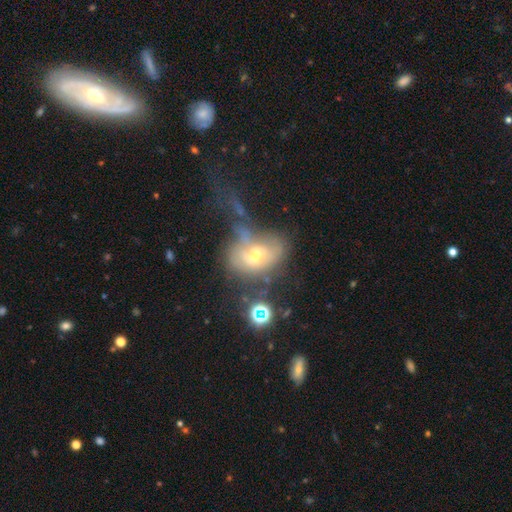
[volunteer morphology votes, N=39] This appears to be a featured or disk galaxy (51%) with no bar (53%), no spiral arms (53%) and a moderate central bulge (47%, tied with small). Merging: none (46%).